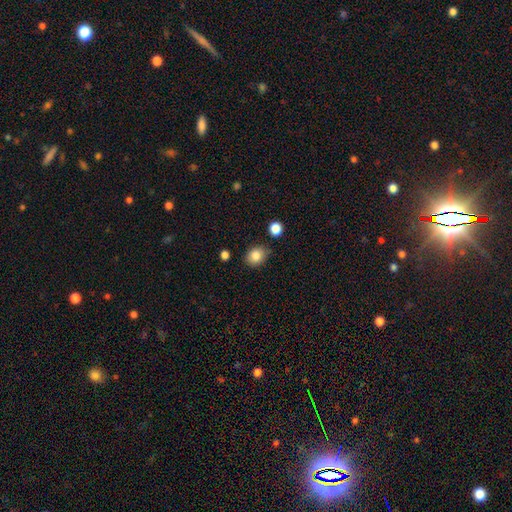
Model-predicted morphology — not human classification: Smooth or featured? smooth (84%)
How rounded? round (51%)
Merging? none (79%)